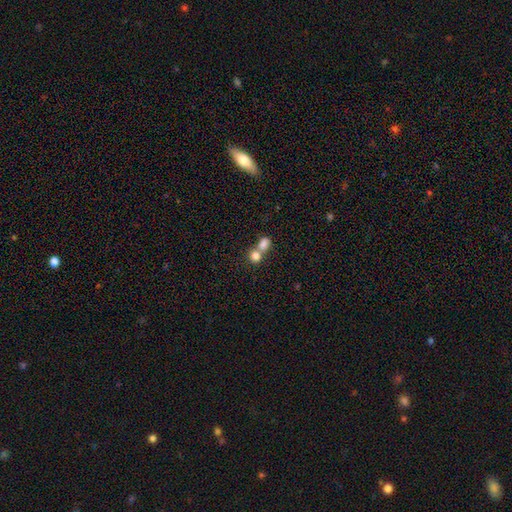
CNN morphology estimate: smooth 79%, featured or disk 11%, star or artifact 10%. Down the decision tree: how rounded — round (73%); merging — merger (62%).